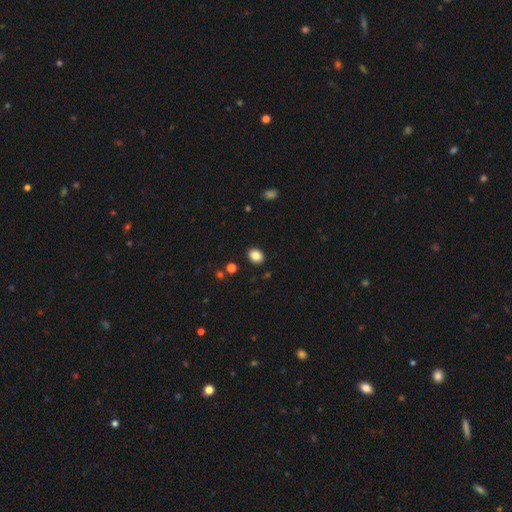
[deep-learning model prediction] smooth-or-featured: smooth: 85% | star or artifact: 9% | featured or disk: 6%
  how-rounded: in between: 53% | round: 46% | cigar-shaped: 1%
  merging: none: 89% | minor disturbance: 7% | major disturbance: 2% | merger: 2%